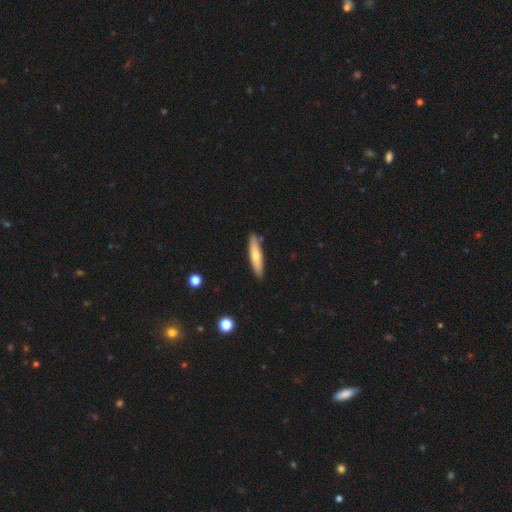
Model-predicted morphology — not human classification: Overall: smooth (64%; featured or disk 31%). How rounded: cigar-shaped (85%). Merging: none (86%).